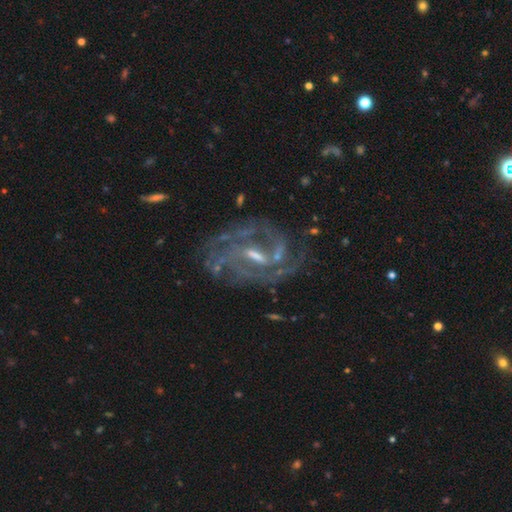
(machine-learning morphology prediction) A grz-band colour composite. It shows a featured or disk galaxy (88%) with a weak bar (47%), 2 (32%) medium (46%) spiral arms (93%) and a moderate central bulge (40%, tied with small). Merging: none (62%).